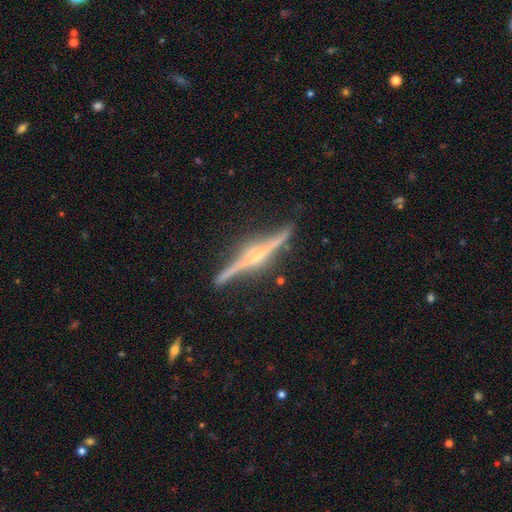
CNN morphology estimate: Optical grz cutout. It shows a featured or disk galaxy (87%) viewed edge-on (97%) with a rounded central bulge (75%). Merging: none (82%).